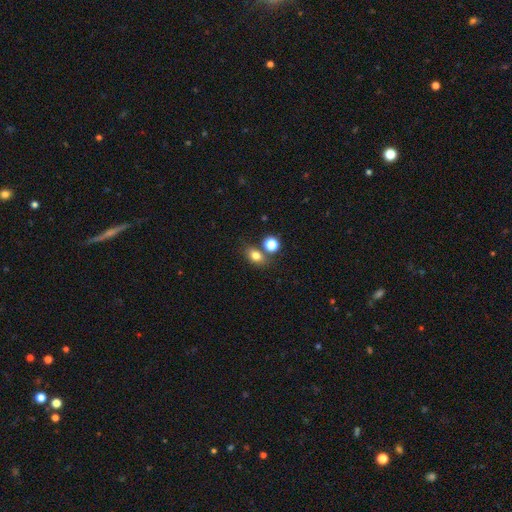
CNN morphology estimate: Q: Smooth or featured?
A: smooth (77%); runner-up: star or artifact (14%)
Q: How rounded?
A: in between (61%); runner-up: round (37%)
Q: Merging?
A: none (66%); runner-up: merger (19%)